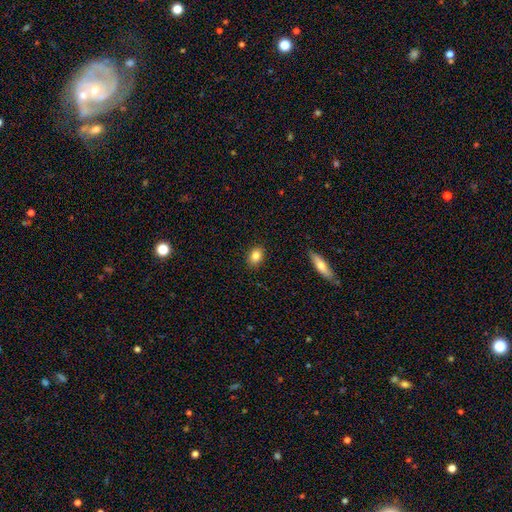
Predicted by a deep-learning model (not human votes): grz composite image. It shows a smooth galaxy with no disk features (83%) that is in between round and cigar-shaped (69%). Merging: none (88%).